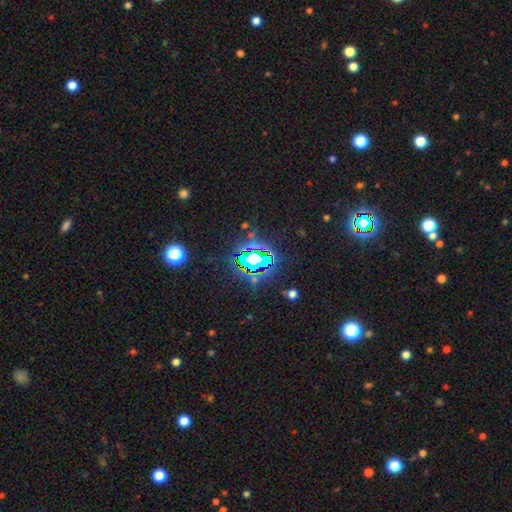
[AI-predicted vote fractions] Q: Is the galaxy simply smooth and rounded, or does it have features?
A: star or artifact — 73%.